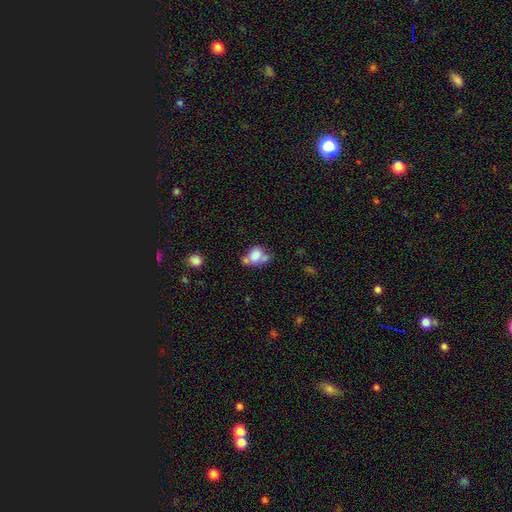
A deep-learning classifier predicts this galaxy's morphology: A smooth galaxy with no disk features (72%) that is in between round and cigar-shaped (59%). Merging: merger (42%).